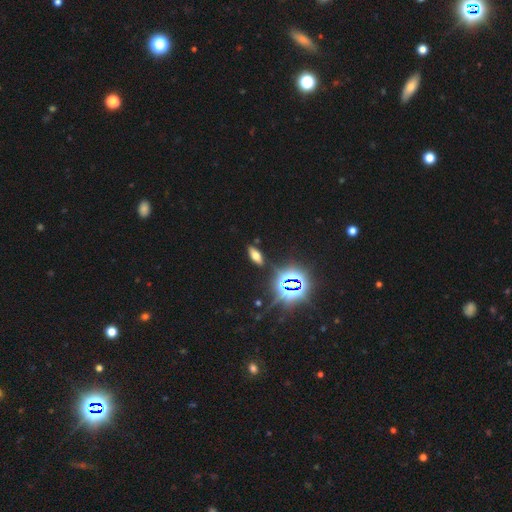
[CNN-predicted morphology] Smooth or featured? Predicted: smooth (p=0.47). Merging? Predicted: none (p=0.87).